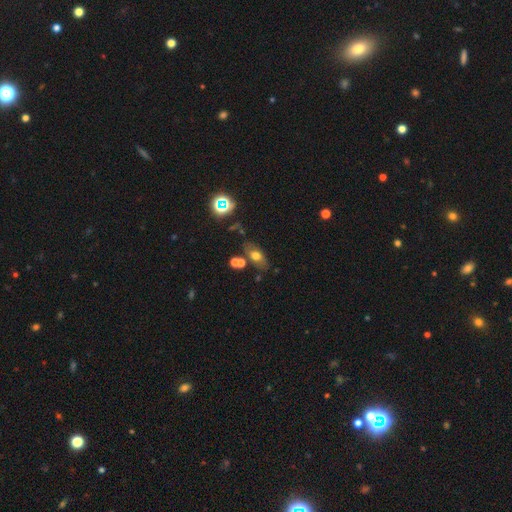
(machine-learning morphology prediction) smooth-or-featured: smooth: 60% | featured or disk: 24% | star or artifact: 15%
  how-rounded: in between: 75% | round: 16% | cigar-shaped: 8%
  merging: none: 65% | minor disturbance: 15% | merger: 14% | major disturbance: 6%